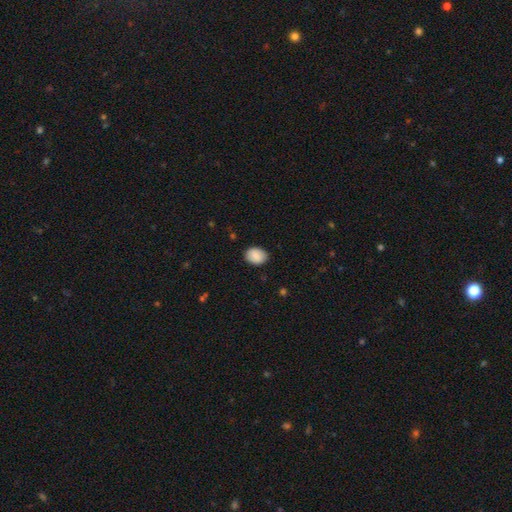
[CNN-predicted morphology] A smooth galaxy with no disk features (88%) that is in between round and cigar-shaped (67%). Merging: none (85%).